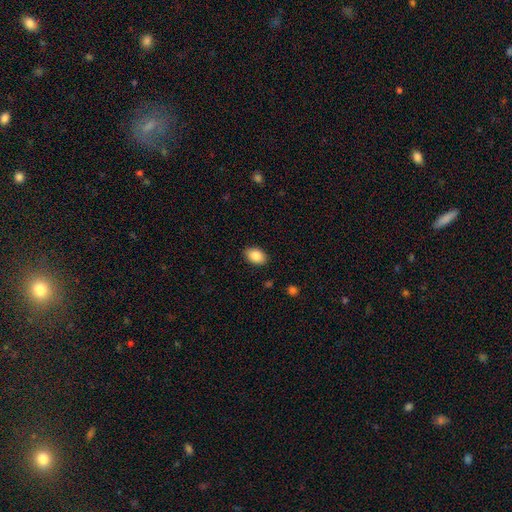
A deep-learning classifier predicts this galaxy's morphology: This appears to be a smooth galaxy with no disk features (86%) that is in between round and cigar-shaped (86%). Merging: none (88%).